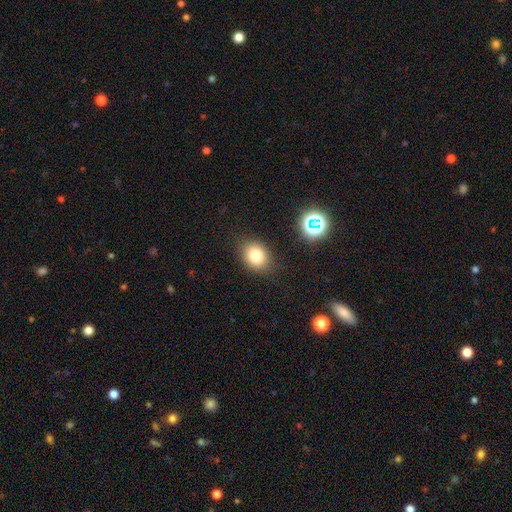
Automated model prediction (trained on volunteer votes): Smooth or featured: smooth — 79% (star or artifact — 13%)
How rounded: in between — 56% (round — 43%)
Merging: none — 83% (minor disturbance — 11%)